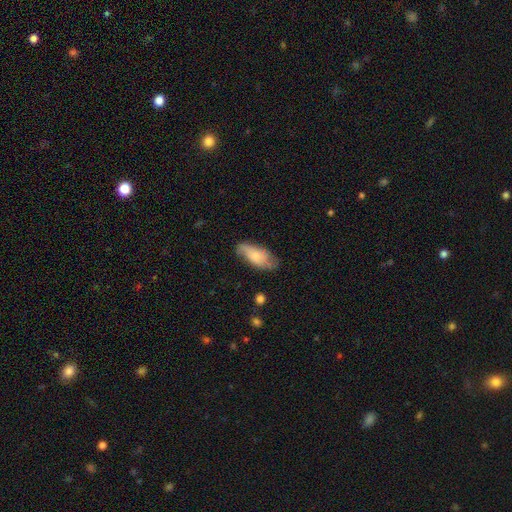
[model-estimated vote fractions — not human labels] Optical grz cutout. It shows a smooth galaxy with no disk features (60%) that is in between round and cigar-shaped (84%). Merging: none (59%).